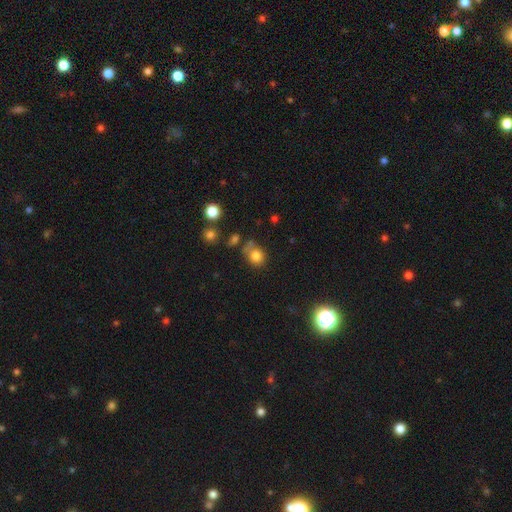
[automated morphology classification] A smooth galaxy with no disk features (80%) that is round (69%).

Vote fractions:
- Smooth or featured? smooth: 80% / star or artifact: 13% / featured or disk: 7%
- How rounded? round: 69% / in between: 30% / cigar-shaped: 1%
- Merging? none: 60% / minor disturbance: 20% / merger: 12% / major disturbance: 8%